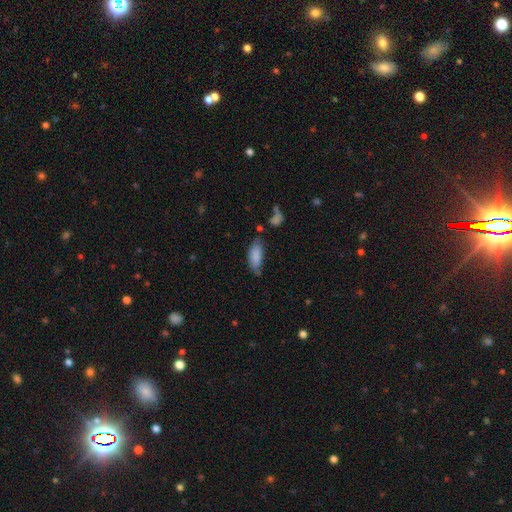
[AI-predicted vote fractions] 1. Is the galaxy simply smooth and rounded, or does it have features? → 85% smooth, 8% featured or disk, 7% star or artifact.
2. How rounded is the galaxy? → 82% in between, 16% cigar-shaped, 2% round.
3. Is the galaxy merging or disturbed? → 58% none, 27% minor disturbance, 8% major disturbance, 7% merger.